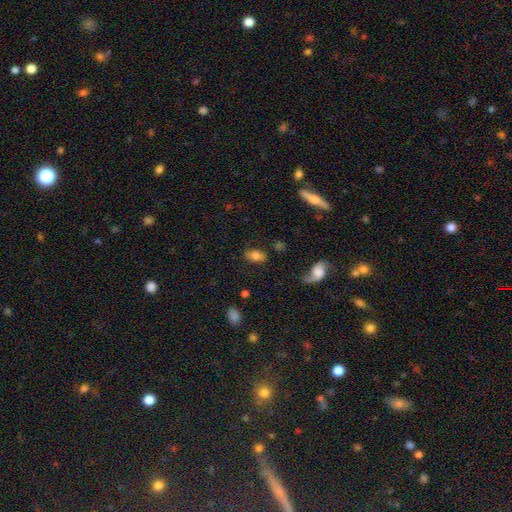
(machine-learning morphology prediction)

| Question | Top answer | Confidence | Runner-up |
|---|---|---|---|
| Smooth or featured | smooth | 71% | featured or disk (20%) |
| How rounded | in between | 87% | round (8%) |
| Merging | none | 73% | minor disturbance (16%) |